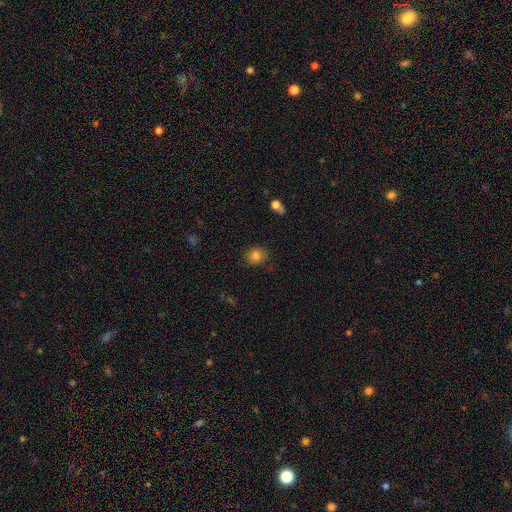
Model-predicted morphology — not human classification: type=smooth (81%); roundness=round (63%); merging=none (84%).